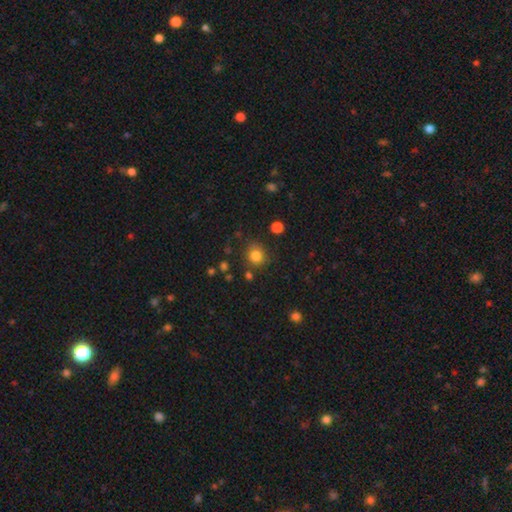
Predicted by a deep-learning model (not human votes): Smooth or featured?
  - smooth: 82% *
  - star or artifact: 13%
  - featured or disk: 6%
How rounded?
  - round: 85% *
  - in between: 14%
  - cigar-shaped: 1%
Merging?
  - none: 80% *
  - minor disturbance: 12%
  - merger: 4%
  - major disturbance: 4%